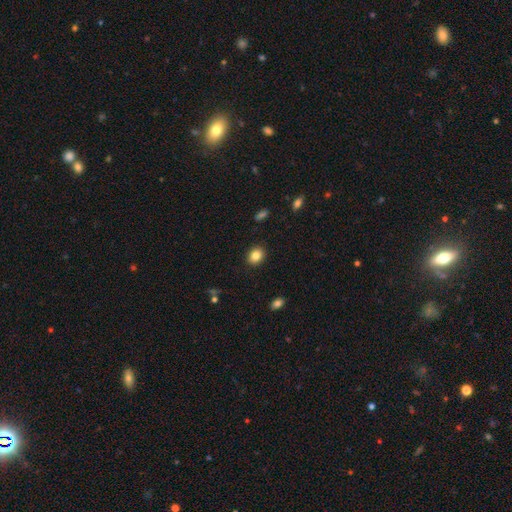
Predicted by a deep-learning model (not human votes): Overall: smooth (84%). How rounded: round (53%; in between 46%). Merging: none (90%).